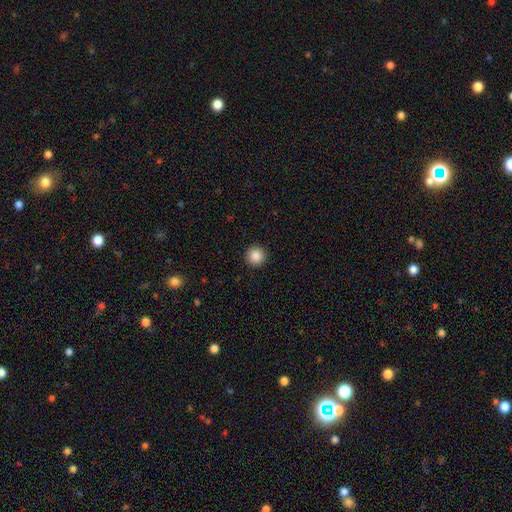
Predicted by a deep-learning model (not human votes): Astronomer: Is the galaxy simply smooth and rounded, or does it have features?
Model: smooth — 88%.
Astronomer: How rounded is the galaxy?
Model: round — 96%.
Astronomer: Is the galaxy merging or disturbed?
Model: none — 93%.